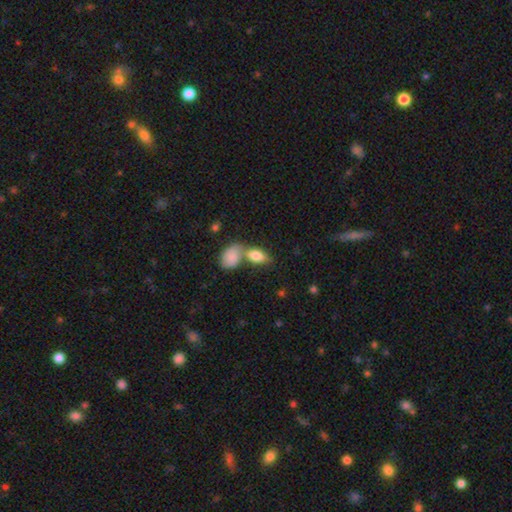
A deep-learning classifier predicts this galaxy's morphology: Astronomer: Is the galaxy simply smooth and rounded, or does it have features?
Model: smooth — 80%.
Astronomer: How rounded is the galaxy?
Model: in between — 88%.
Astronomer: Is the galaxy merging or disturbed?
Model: merger — 49% (runner-up: none, 36%).